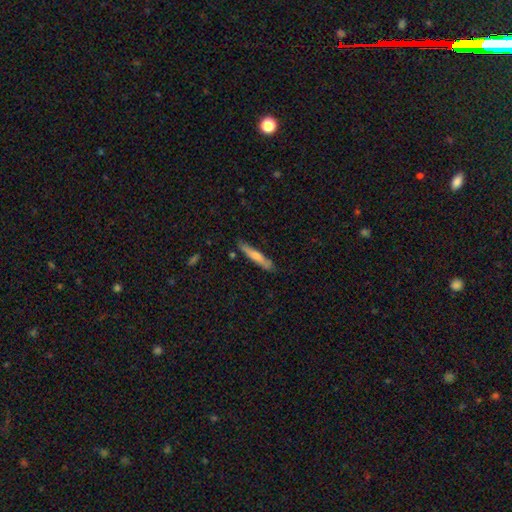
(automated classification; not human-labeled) Overall: smooth (57%; featured or disk 37%). How rounded: cigar-shaped (93%). Merging: none (83%).